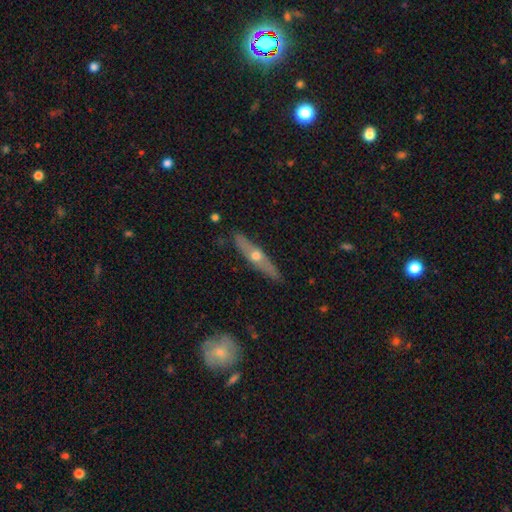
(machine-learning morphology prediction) smooth_or_featured: featured or disk (p=0.65) [alt: smooth p=0.28]
disk_edge_on: yes (p=0.89) [alt: no p=0.11]
edge_on_bulge: rounded (p=0.90) [alt: none p=0.08]
merging: none (p=0.88) [alt: minor disturbance p=0.09]